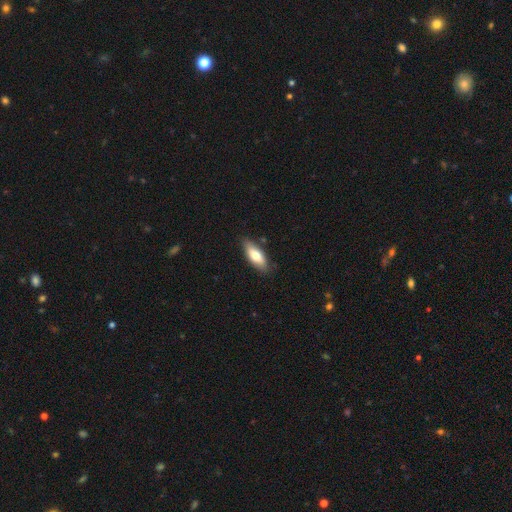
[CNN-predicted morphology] type=smooth (72%); roundness=in between (71%); merging=none (83%).